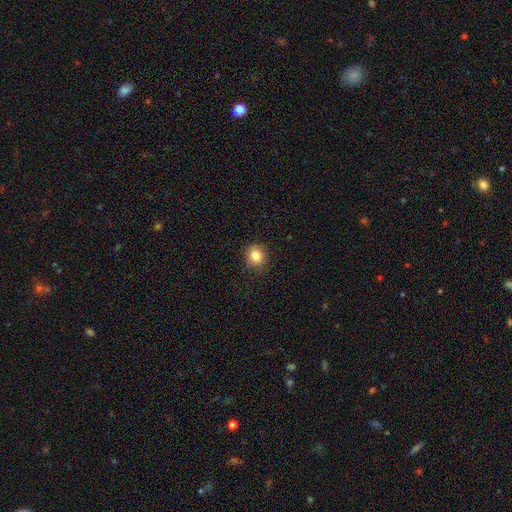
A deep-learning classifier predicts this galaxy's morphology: This is clearly a smooth galaxy (84%). How rounded: clearly round (85%). Merging: clearly none (86%).